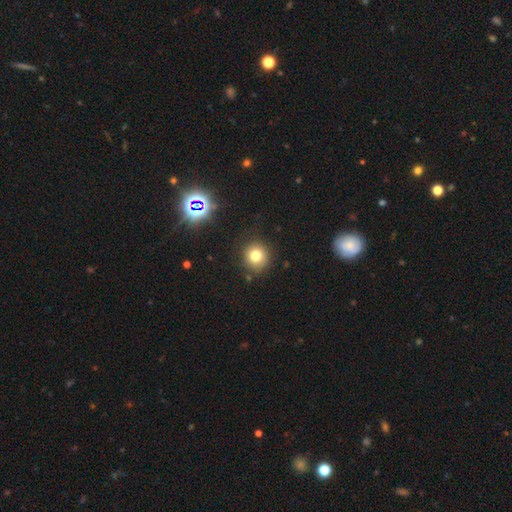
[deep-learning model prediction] Smooth or featured? smooth (77%)
How rounded? round (91%)
Merging? none (87%)